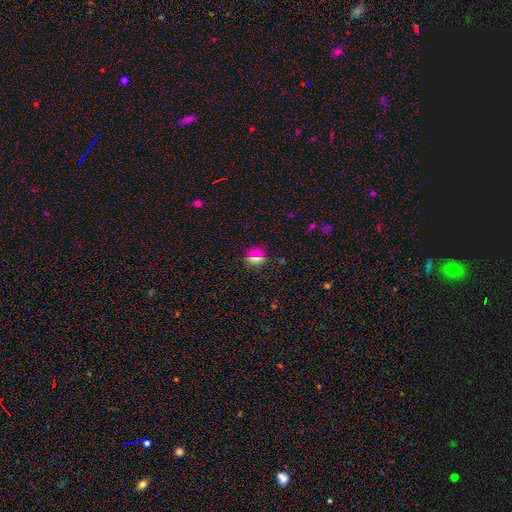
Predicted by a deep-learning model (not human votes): The model was most divided on "smooth or featured": smooth: 66%, star or artifact: 24%, featured or disk: 10%. More confident: how rounded — round (88%); merging — none (87%).